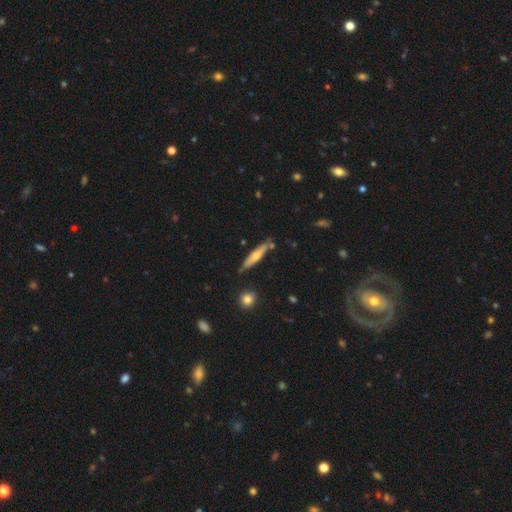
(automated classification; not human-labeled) smooth 49%, featured or disk 45%, star or artifact 6%. Down the decision tree: merging — none (78%).